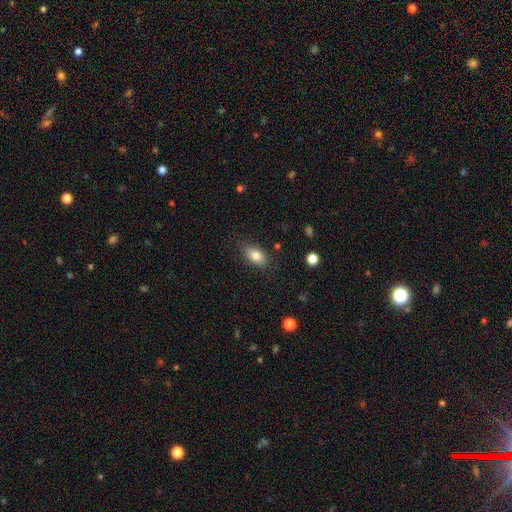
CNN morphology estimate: This appears to be a smooth galaxy with no disk features (81%) that is in between round and cigar-shaped (87%). Merging: none (82%).